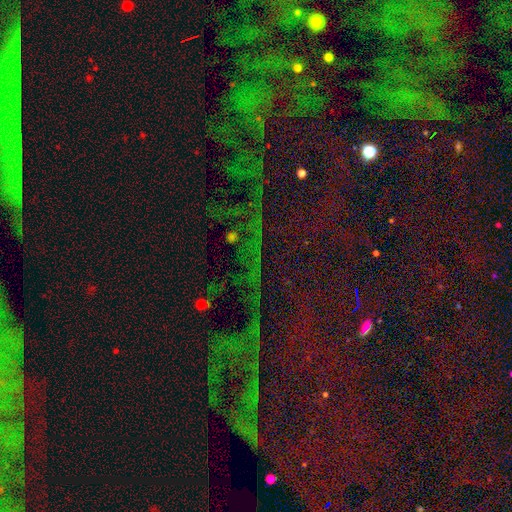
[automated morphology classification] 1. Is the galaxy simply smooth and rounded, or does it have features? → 81% star or artifact, 11% smooth, 9% featured or disk.